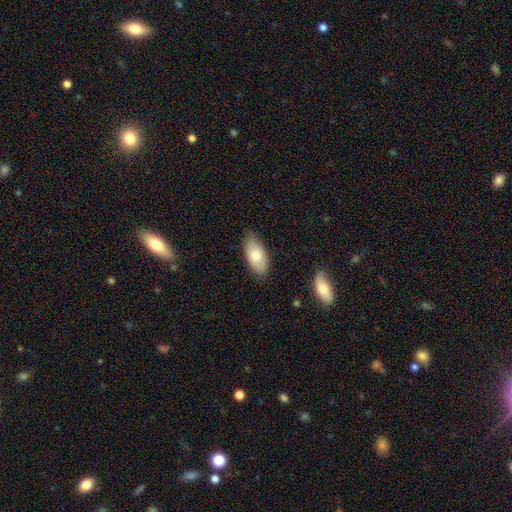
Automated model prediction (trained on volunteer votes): Smooth or featured? Predicted: smooth (p=0.75). How rounded? Predicted: in between (p=0.91). Merging? Predicted: none (p=0.77).